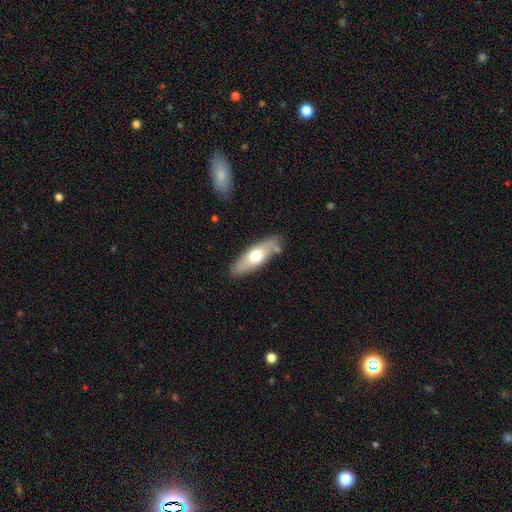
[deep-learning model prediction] A smooth galaxy with no disk features (59%) that is in between round and cigar-shaped (61%).

Vote fractions:
- Smooth or featured? smooth: 59% / featured or disk: 36% / star or artifact: 5%
- How rounded? in between: 61% / cigar-shaped: 37% / round: 2%
- Merging? none: 79% / minor disturbance: 14% / merger: 4% / major disturbance: 3%